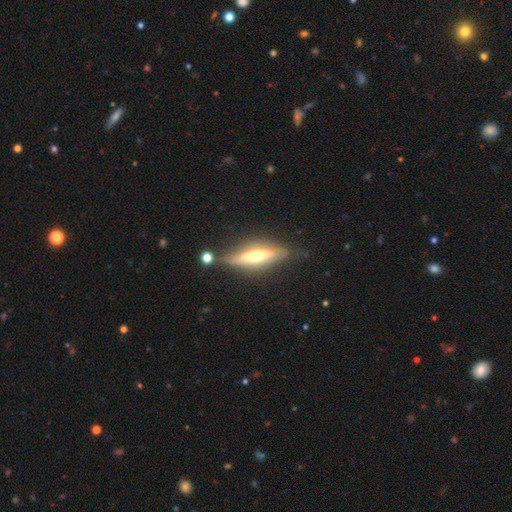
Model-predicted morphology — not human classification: featured or disk 65%, smooth 29%, star or artifact 6%. Down the decision tree: edge-on disk — yes (86%); edge-on bulge — rounded (88%); merging — none (76%).